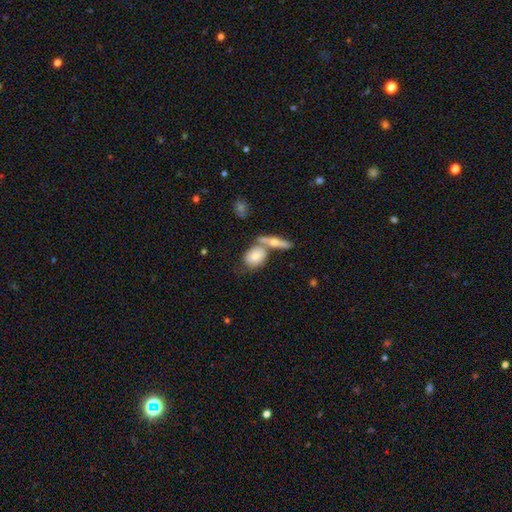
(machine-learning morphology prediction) The model was most divided on "merging": none: 47%, merger: 36%, minor disturbance: 13%, major disturbance: 5%. More confident: smooth or featured — smooth (62%); how rounded — in between (53%).